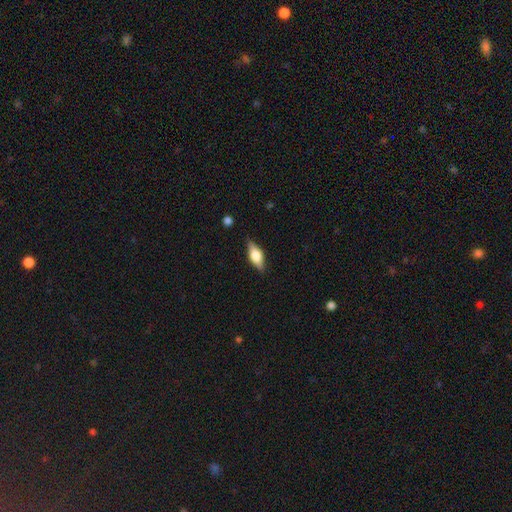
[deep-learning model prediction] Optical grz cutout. It shows a smooth galaxy with no disk features (51%) that is in between round and cigar-shaped (72%). Merging: none (83%).